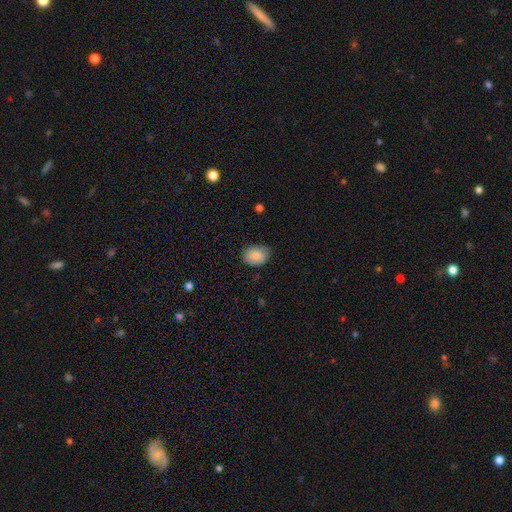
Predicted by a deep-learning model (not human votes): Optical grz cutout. It shows a smooth galaxy with no disk features (83%) that is in between round and cigar-shaped (67%). Merging: none (73%).